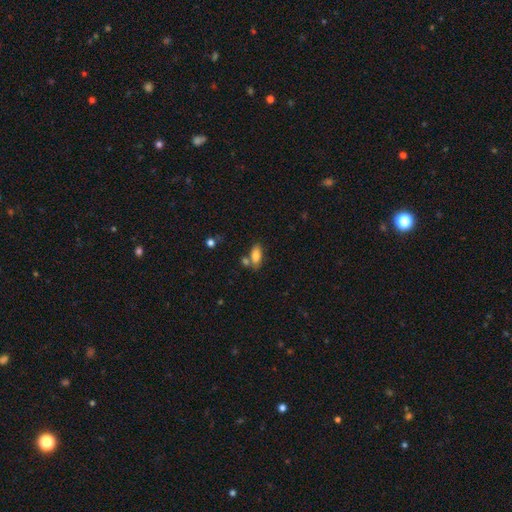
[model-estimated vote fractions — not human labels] Smooth or featured?
  - smooth: 83% *
  - featured or disk: 9%
  - star or artifact: 8%
How rounded?
  - in between: 88% *
  - cigar-shaped: 8%
  - round: 4%
Merging?
  - none: 60% *
  - merger: 21%
  - minor disturbance: 15%
  - major disturbance: 5%